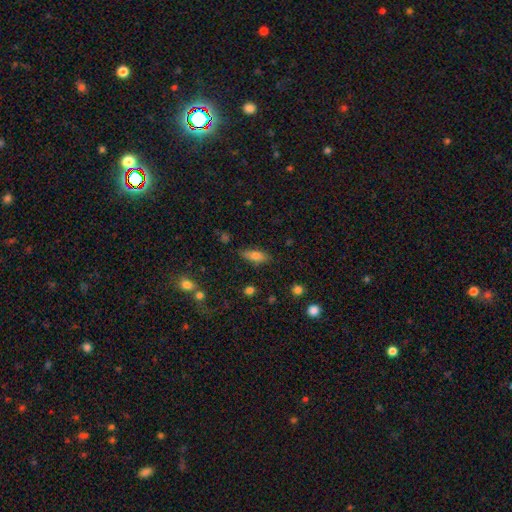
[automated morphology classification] smooth-or-featured: smooth: 72% | featured or disk: 20% | star or artifact: 8%
  how-rounded: in between: 73% | cigar-shaped: 23% | round: 4%
  merging: none: 80% | minor disturbance: 14% | major disturbance: 3% | merger: 2%